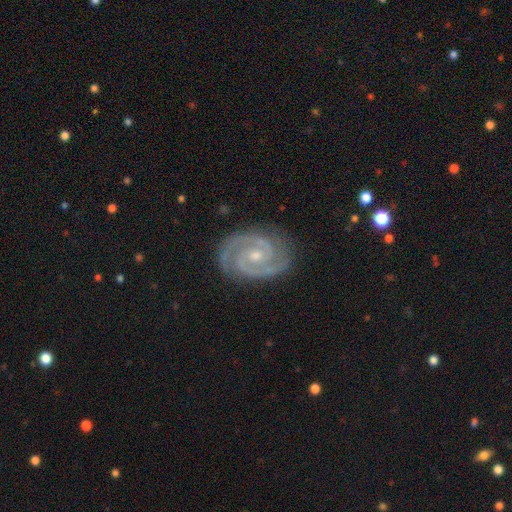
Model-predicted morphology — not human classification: Smooth or featured?
  - featured or disk: 93% *
  - star or artifact: 4%
  - smooth: 3%
Edge-on disk?
  - no: 98% *
  - yes: 2%
Bar?
  - no: 52% *
  - weak: 36%
  - strong: 12%
Spiral arms?
  - yes: 99% *
  - no: 1%
Spiral winding?
  - tight: 64% *
  - medium: 33%
  - loose: 3%
Spiral arm count?
  - 2: 90% *
  - 3: 5%
  - can't tell: 2%
  - 4: 1%
  - 1: 1%
  - more than 4: 1%
Bulge size?
  - small: 56% *
  - moderate: 40%
  - none: 2%
  - large: 1%
  - dominant: 1%
Merging?
  - none: 84% *
  - minor disturbance: 12%
  - major disturbance: 3%
  - merger: 1%